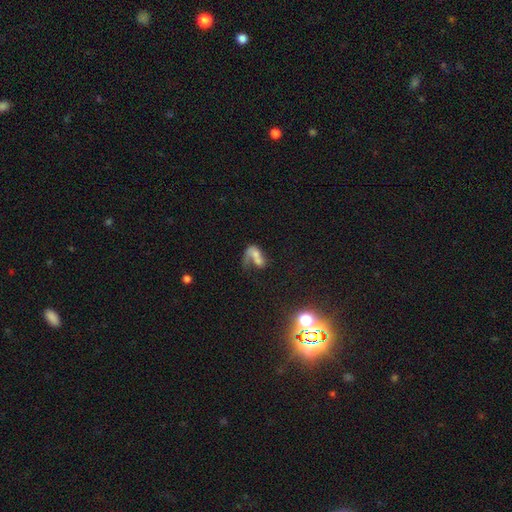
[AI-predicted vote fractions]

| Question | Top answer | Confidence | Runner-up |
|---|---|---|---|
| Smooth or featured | smooth | 44% | featured or disk (42%) |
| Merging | merger | 48% | major disturbance (25%) |